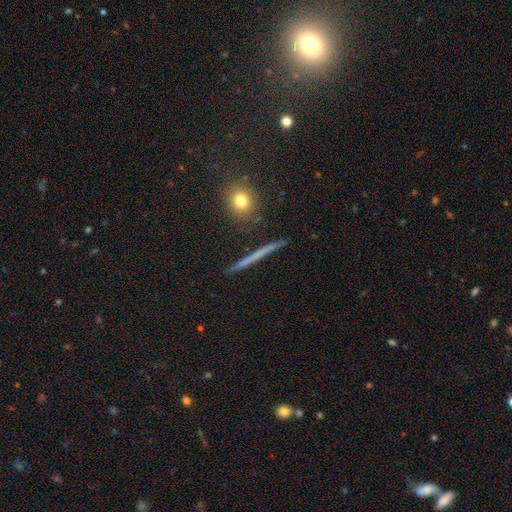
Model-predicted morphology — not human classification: Smooth or featured?
  - featured or disk: 48% *
  - smooth: 41%
  - star or artifact: 11%
Merging?
  - none: 91% *
  - minor disturbance: 6%
  - major disturbance: 2%
  - merger: 1%